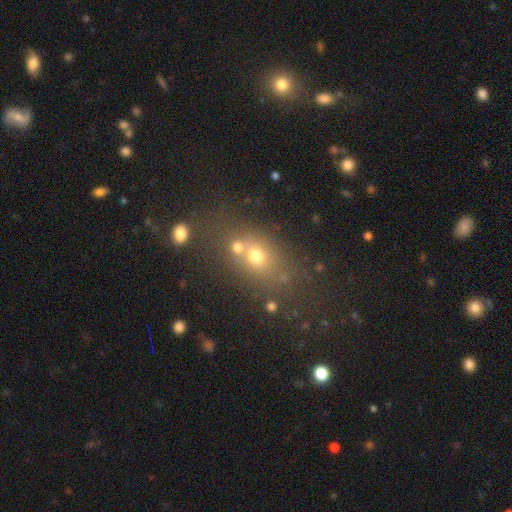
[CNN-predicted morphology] smooth-or-featured: smooth: 62% | star or artifact: 20% | featured or disk: 18%
  how-rounded: in between: 52% | round: 45% | cigar-shaped: 3%
  merging: none: 54% | merger: 28% | minor disturbance: 12% | major disturbance: 6%